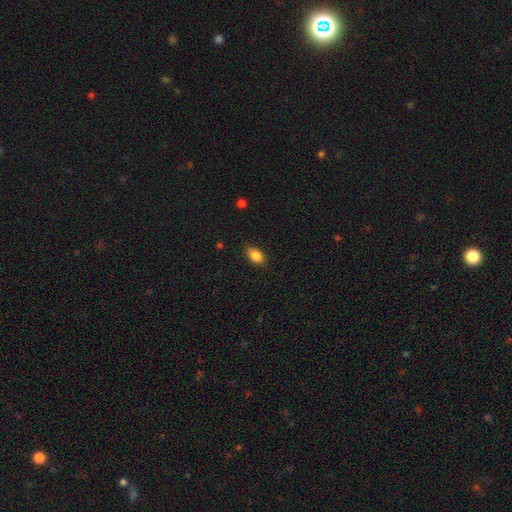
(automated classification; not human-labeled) A smooth galaxy with no disk features (86%) that is in between round and cigar-shaped (86%). Merging: none (82%).